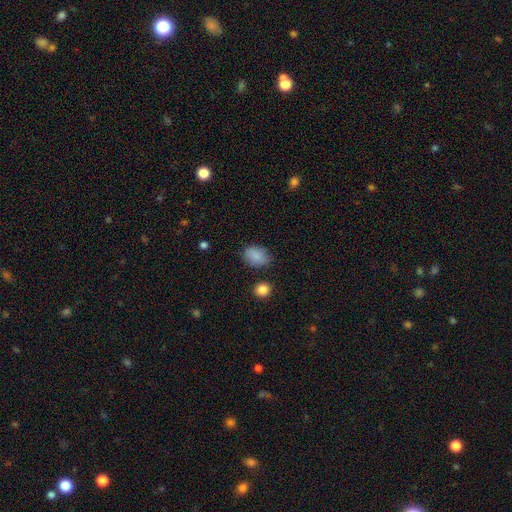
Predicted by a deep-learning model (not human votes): Smooth or featured: smooth — 85% (star or artifact — 9%)
How rounded: in between — 72% (round — 27%)
Merging: none — 73% (minor disturbance — 20%)